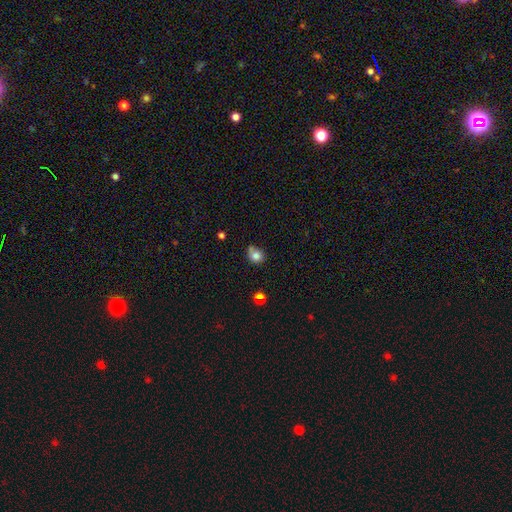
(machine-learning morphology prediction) This appears to be a smooth galaxy with no disk features (79%) that is round (74%). Merging: none (55%).